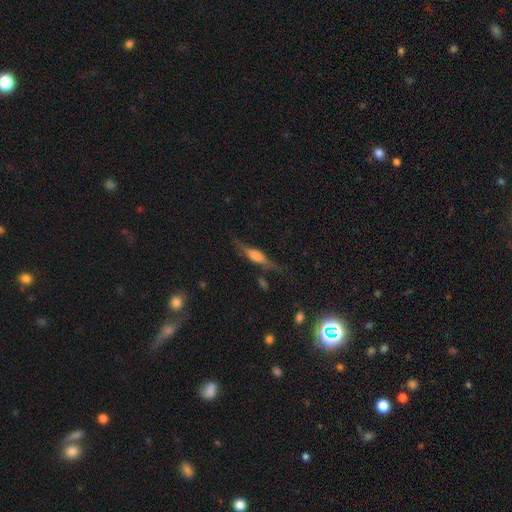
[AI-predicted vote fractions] The model was most divided on "smooth or featured": featured or disk: 62%, smooth: 29%, star or artifact: 8%. More confident: edge-on disk — yes (94%); merging — none (73%); edge-on bulge — rounded (71%).